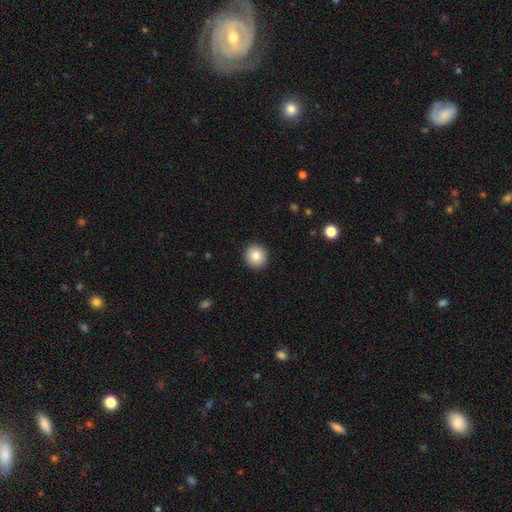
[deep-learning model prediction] Smooth or featured? Predicted: smooth (p=0.84). How rounded? Predicted: round (p=0.93). Merging? Predicted: none (p=0.93).